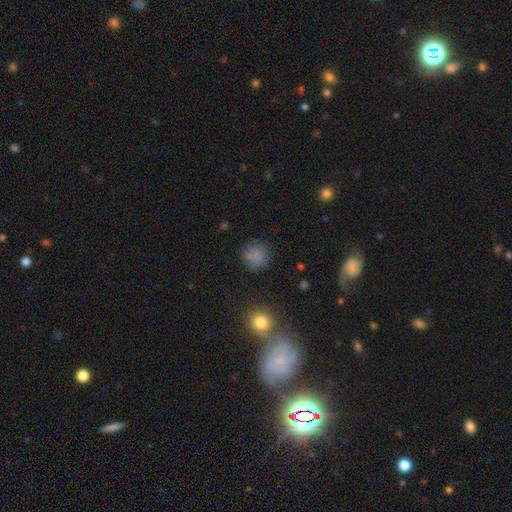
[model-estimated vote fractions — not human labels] Morphology: type=smooth (78%); roundness=round (88%); merging=none (77%).